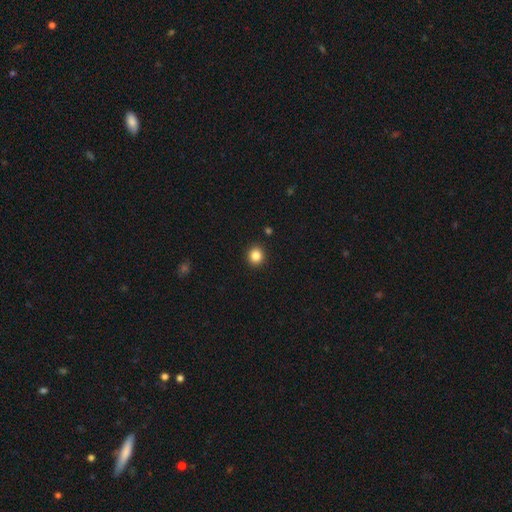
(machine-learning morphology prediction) This is clearly a smooth galaxy (85%). How rounded: clearly round (86%). Merging: clearly none (92%).